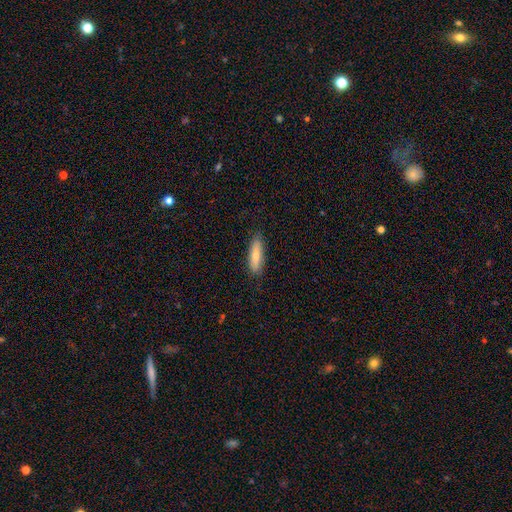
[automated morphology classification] Smooth or featured: smooth — 73% (featured or disk — 21%)
How rounded: cigar-shaped — 59% (in between — 39%)
Merging: none — 85% (minor disturbance — 12%)